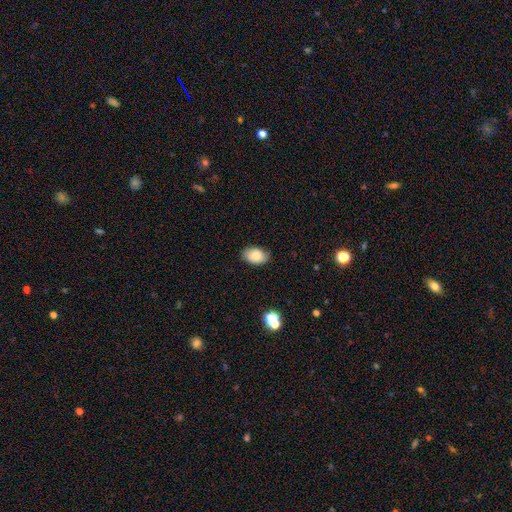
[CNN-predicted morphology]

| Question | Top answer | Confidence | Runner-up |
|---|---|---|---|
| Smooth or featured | smooth | 80% | featured or disk (12%) |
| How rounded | in between | 89% | round (10%) |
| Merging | none | 78% | minor disturbance (18%) |